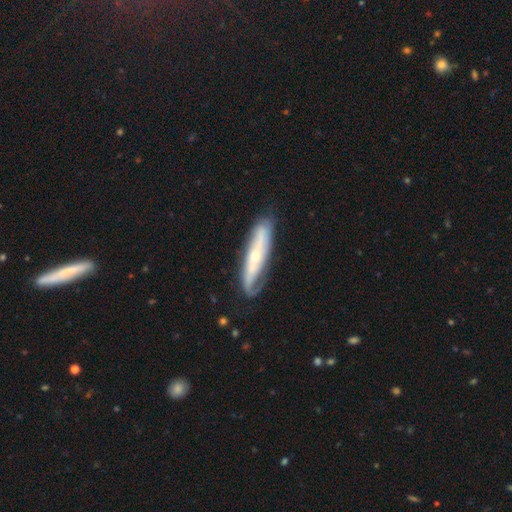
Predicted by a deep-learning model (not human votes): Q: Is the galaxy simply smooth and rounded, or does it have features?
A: featured or disk — 70%.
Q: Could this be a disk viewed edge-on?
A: no — 63%.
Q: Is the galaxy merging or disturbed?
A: none — 66%.